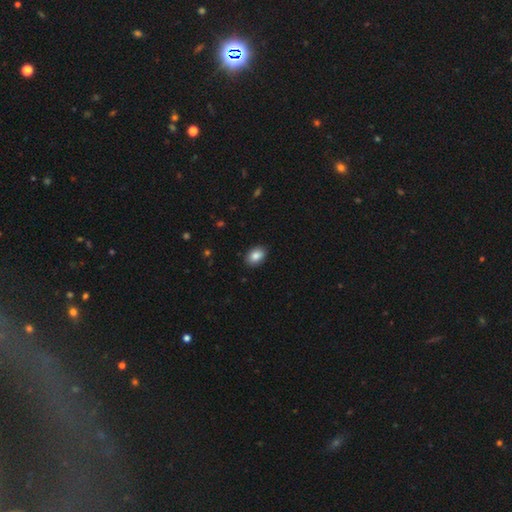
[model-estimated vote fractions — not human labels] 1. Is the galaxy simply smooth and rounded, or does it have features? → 86% smooth, 8% star or artifact, 6% featured or disk.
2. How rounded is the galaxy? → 83% in between, 16% round, 1% cigar-shaped.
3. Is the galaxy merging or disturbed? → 89% none, 9% minor disturbance, 2% major disturbance, 1% merger.